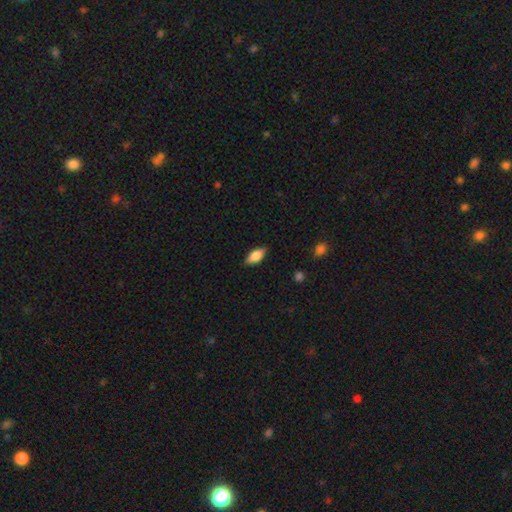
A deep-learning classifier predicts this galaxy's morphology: Smooth or featured? Predicted: smooth (p=0.77). How rounded? Predicted: in between (p=0.84). Merging? Predicted: none (p=0.85).